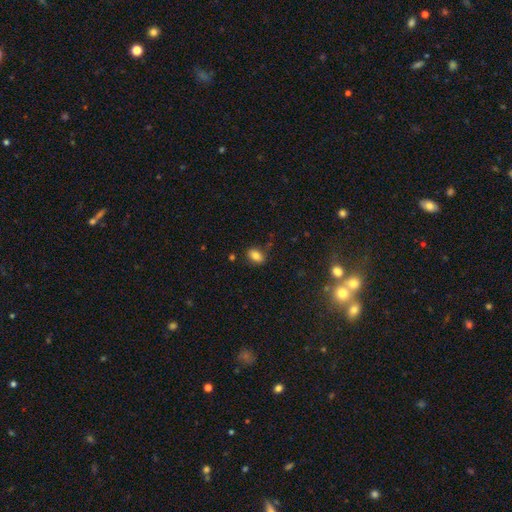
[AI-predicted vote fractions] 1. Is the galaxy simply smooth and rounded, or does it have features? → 82% smooth, 10% star or artifact, 8% featured or disk.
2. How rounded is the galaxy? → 81% in between, 16% round, 2% cigar-shaped.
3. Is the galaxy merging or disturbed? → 81% none, 13% minor disturbance, 3% major disturbance, 3% merger.